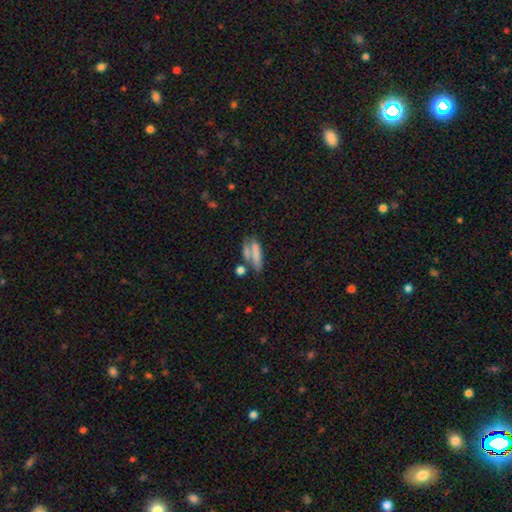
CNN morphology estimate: Smooth or featured?
  - smooth: 65% *
  - featured or disk: 24%
  - star or artifact: 12%
How rounded?
  - cigar-shaped: 52% *
  - in between: 42%
  - round: 6%
Merging?
  - none: 38% *
  - merger: 35%
  - minor disturbance: 16%
  - major disturbance: 11%